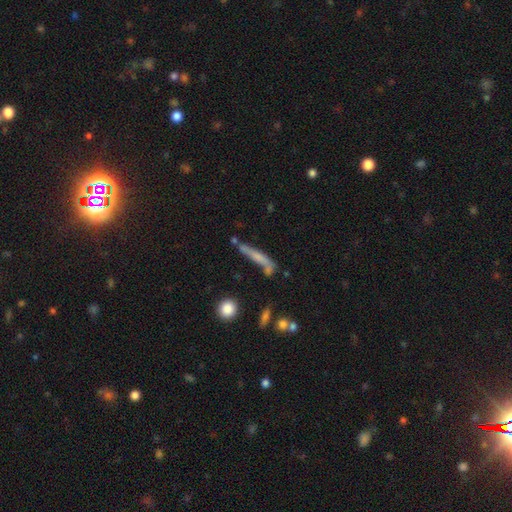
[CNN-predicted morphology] type=smooth (51%); roundness=cigar-shaped (88%); merging=none (54%).